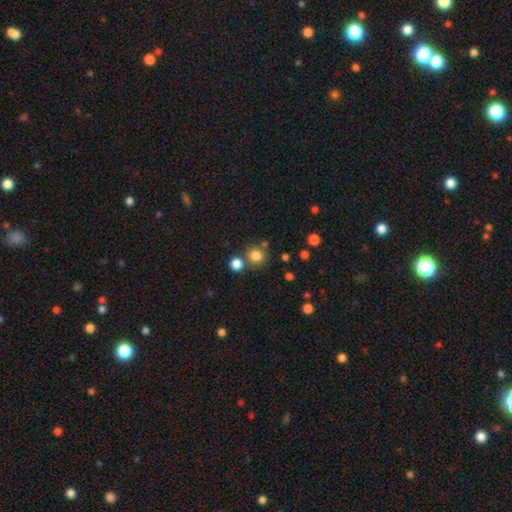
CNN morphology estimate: This appears to be a smooth galaxy with no disk features (81%) that is round (90%). Merging: none (73%).